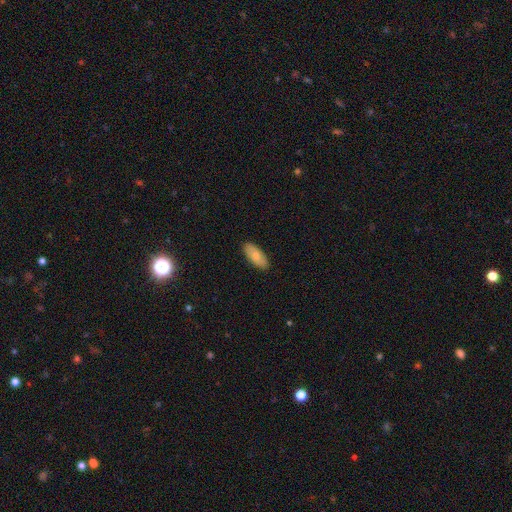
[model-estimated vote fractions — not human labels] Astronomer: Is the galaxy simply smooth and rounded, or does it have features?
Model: smooth — 71%.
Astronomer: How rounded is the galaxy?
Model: in between — 87%.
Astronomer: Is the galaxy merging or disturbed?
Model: none — 88%.